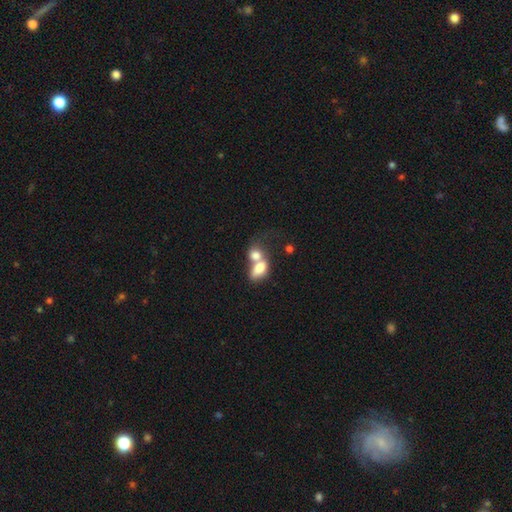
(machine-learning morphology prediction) Overall: smooth (74%). How rounded: in between (72%). Merging: merger (74%).